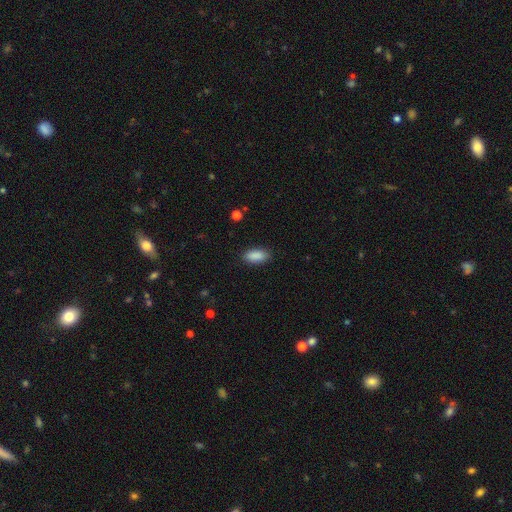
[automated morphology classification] type=smooth (89%); roundness=in between (87%); merging=none (87%).